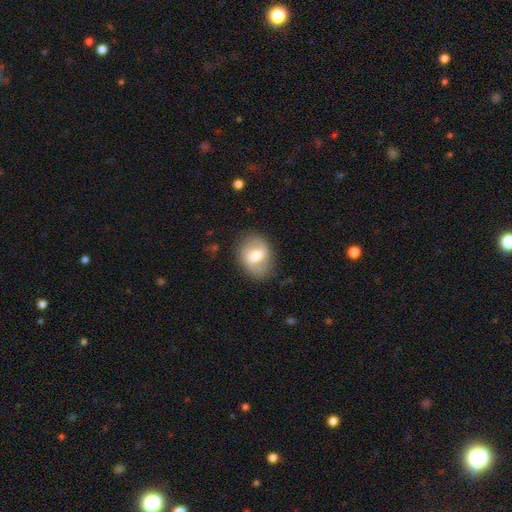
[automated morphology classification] A featured or disk galaxy (55%) with a weak bar (50%), spiral arms (75%) and a moderate central bulge (63%).

Vote fractions:
- Smooth or featured? featured or disk: 55% / smooth: 39% / star or artifact: 7%
- Edge-on disk? no: 96% / yes: 4%
- Bar? weak: 50% / strong: 28% / no: 23%
- Spiral arms? yes: 75% / no: 25%
- Bulge size? moderate: 63% / small: 23% / large: 11% / none: 2% / dominant: 1%
- Merging? none: 78% / minor disturbance: 15% / major disturbance: 6% / merger: 1%